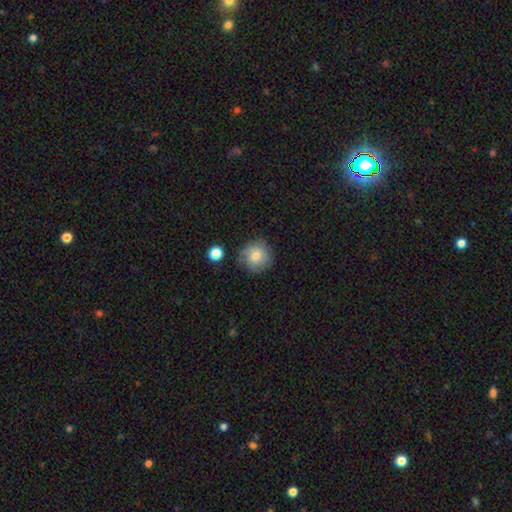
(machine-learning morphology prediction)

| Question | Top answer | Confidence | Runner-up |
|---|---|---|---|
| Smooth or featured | smooth | 70% | featured or disk (21%) |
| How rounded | round | 92% | in between (7%) |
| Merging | none | 79% | minor disturbance (14%) |